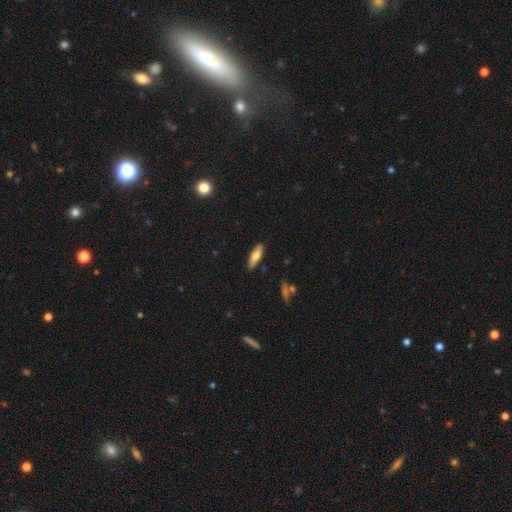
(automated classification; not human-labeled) The model was most divided on "how rounded": in between: 50%, cigar-shaped: 48%, round: 2%. More confident: merging — none (86%); smooth or featured — smooth (69%).